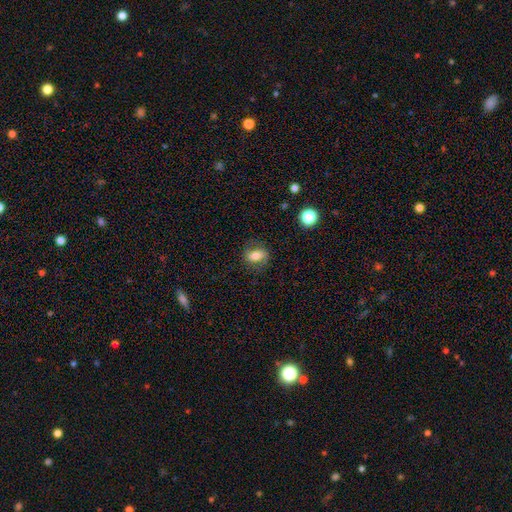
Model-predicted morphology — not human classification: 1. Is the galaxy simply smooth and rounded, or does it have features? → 67% smooth, 23% featured or disk, 9% star or artifact.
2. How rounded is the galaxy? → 74% in between, 23% round, 3% cigar-shaped.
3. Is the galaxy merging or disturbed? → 76% none, 16% minor disturbance, 7% major disturbance, 1% merger.